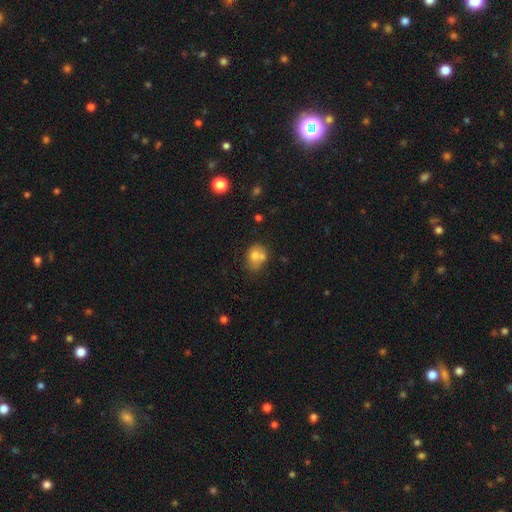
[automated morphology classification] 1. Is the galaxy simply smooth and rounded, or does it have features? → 70% smooth, 20% featured or disk, 11% star or artifact.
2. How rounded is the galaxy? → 52% round, 47% in between, 1% cigar-shaped.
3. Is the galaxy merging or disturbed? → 39% merger, 38% none, 16% minor disturbance, 6% major disturbance.